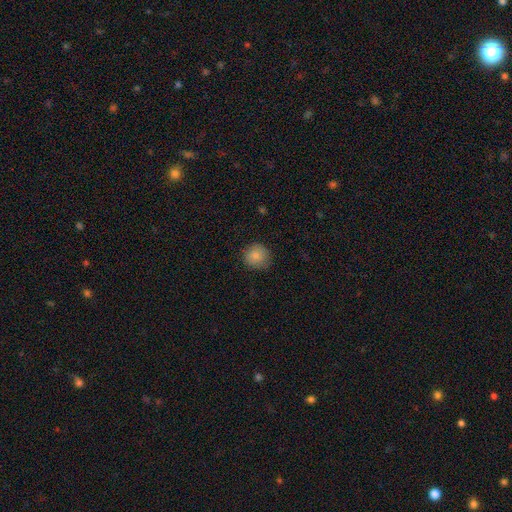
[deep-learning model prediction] Q: Smooth or featured?
A: smooth (82%); runner-up: featured or disk (9%)
Q: How rounded?
A: round (90%); runner-up: in between (9%)
Q: Merging?
A: none (82%); runner-up: minor disturbance (14%)